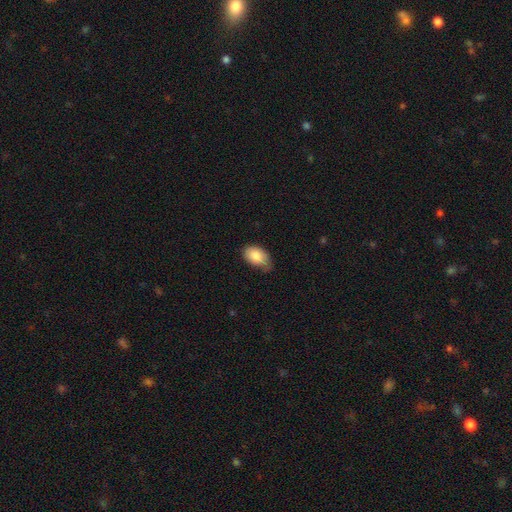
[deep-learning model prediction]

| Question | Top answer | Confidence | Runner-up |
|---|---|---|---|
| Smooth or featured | smooth | 83% | featured or disk (10%) |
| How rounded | in between | 89% | round (10%) |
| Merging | none | 52% | minor disturbance (39%) |